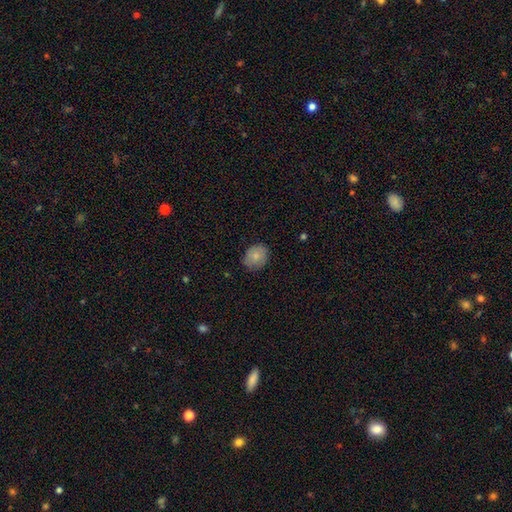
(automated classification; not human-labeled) Smooth or featured? smooth (80%)
How rounded? round (59%)
Merging? none (79%)